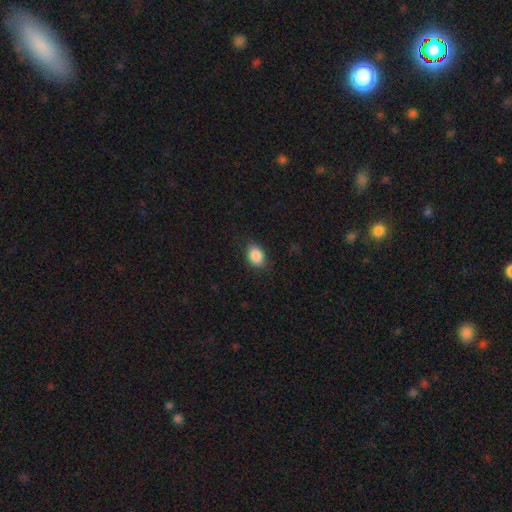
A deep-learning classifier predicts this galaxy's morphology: This appears to be a smooth galaxy with no disk features (88%) that is in between round and cigar-shaped (77%). Merging: none (82%).